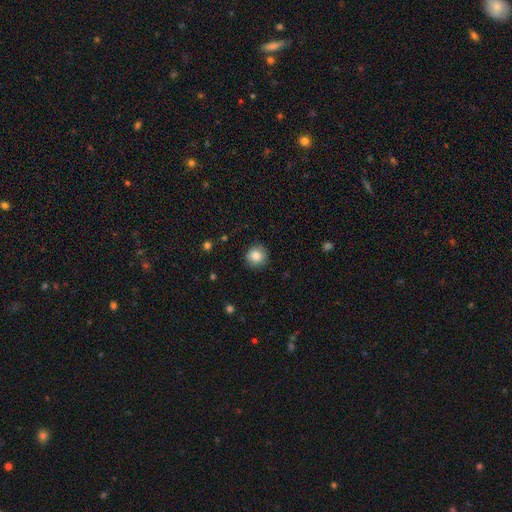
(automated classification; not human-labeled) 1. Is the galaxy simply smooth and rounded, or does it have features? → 84% smooth, 9% star or artifact, 7% featured or disk.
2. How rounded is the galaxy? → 93% round, 6% in between, 1% cigar-shaped.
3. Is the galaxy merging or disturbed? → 87% none, 9% minor disturbance, 2% major disturbance, 1% merger.